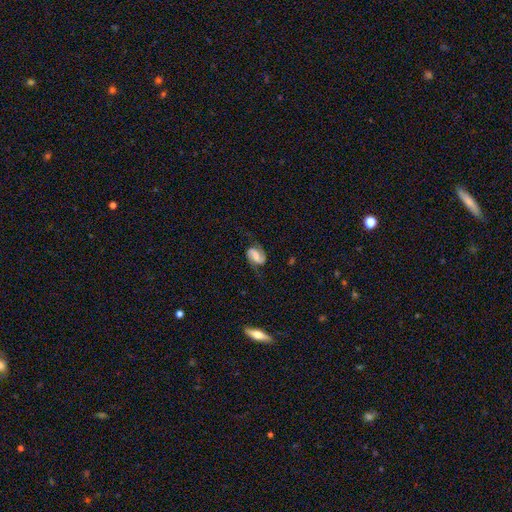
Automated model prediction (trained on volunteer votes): Smooth or featured? Predicted: featured or disk (p=0.81). Edge-on disk? Predicted: no (p=0.98). Bar? Predicted: weak (p=0.42). Spiral arms? Predicted: yes (p=0.96). Spiral winding? Predicted: medium (p=0.47). Spiral arm count? Predicted: 2 (p=0.93). Bulge size? Predicted: moderate (p=0.35). Merging? Predicted: none (p=0.75).